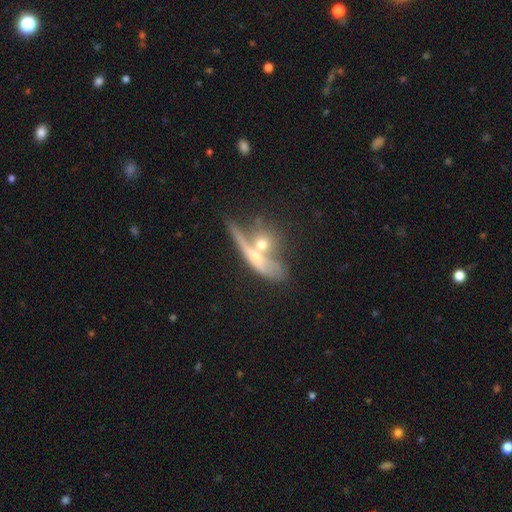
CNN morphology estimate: Smooth or featured: featured or disk — 51% (smooth — 40%)
Edge-on disk: yes — 59% (no — 41%)
Merging: merger — 50% (none — 28%)